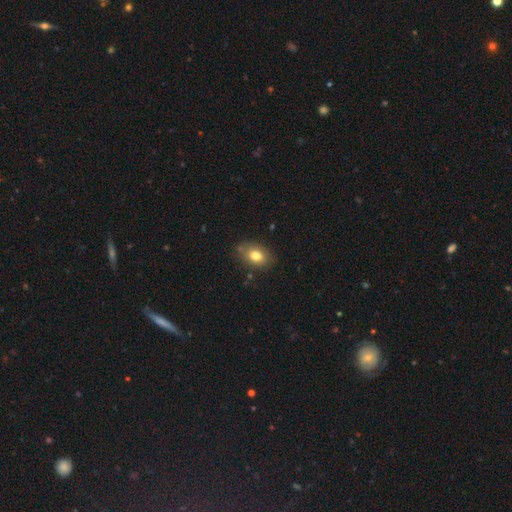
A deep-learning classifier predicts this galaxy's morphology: type=smooth (79%); roundness=in between (77%); merging=none (78%).